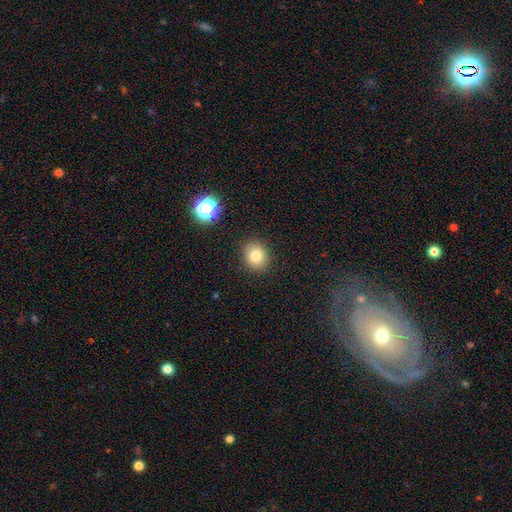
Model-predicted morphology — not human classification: Q: Smooth or featured?
A: smooth (80%); runner-up: star or artifact (12%)
Q: How rounded?
A: round (70%); runner-up: in between (29%)
Q: Merging?
A: none (88%); runner-up: minor disturbance (8%)